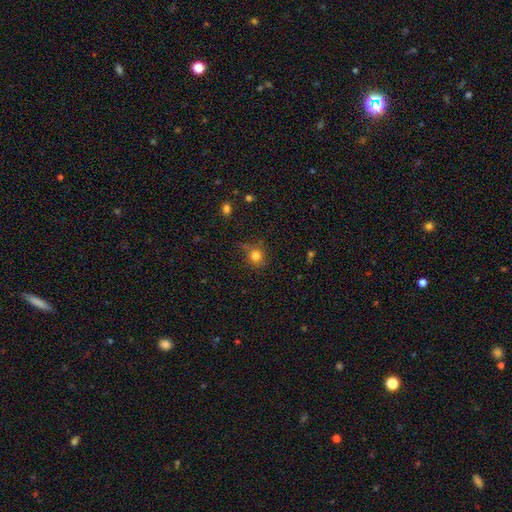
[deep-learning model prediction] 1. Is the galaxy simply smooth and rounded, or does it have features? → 79% smooth, 14% star or artifact, 7% featured or disk.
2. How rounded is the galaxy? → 84% round, 14% in between, 1% cigar-shaped.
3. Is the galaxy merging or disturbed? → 70% none, 19% minor disturbance, 7% major disturbance, 4% merger.